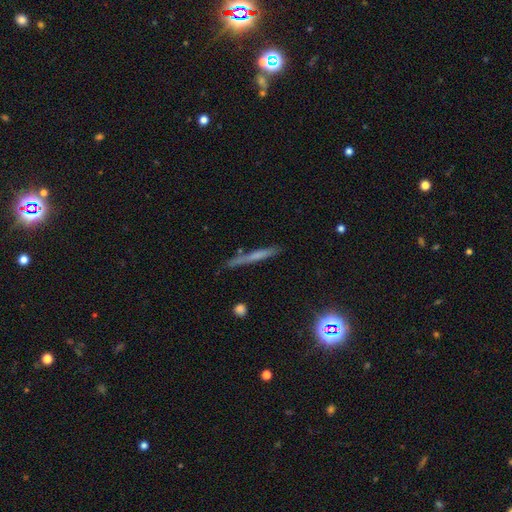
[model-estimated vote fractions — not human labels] Smooth or featured?
  - smooth: 48% *
  - featured or disk: 41%
  - star or artifact: 12%
Merging?
  - none: 82% *
  - minor disturbance: 12%
  - merger: 3%
  - major disturbance: 3%